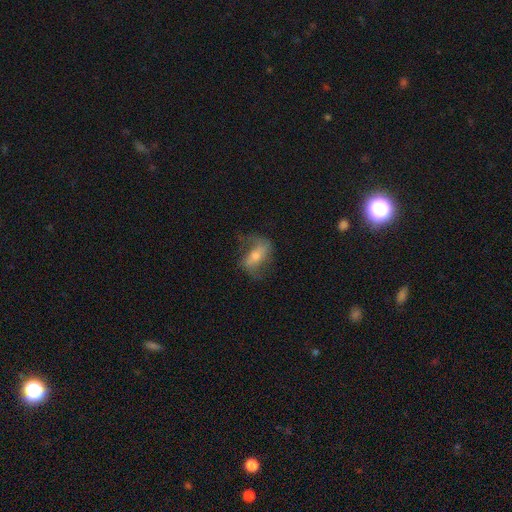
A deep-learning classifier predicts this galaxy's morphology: smooth_or_featured: featured or disk (p=0.69) [alt: smooth p=0.22]
disk_edge_on: no (p=0.92) [alt: yes p=0.08]
bar: strong (p=0.37) [alt: weak p=0.33]
has_spiral_arms: yes (p=0.85) [alt: no p=0.15]
spiral_winding: loose (p=0.62) [alt: medium p=0.29]
spiral_arm_count: 2 (p=0.87) [alt: can't tell p=0.06]
bulge_size: moderate (p=0.50) [alt: small p=0.42]
merging: none (p=0.65) [alt: minor disturbance p=0.19]